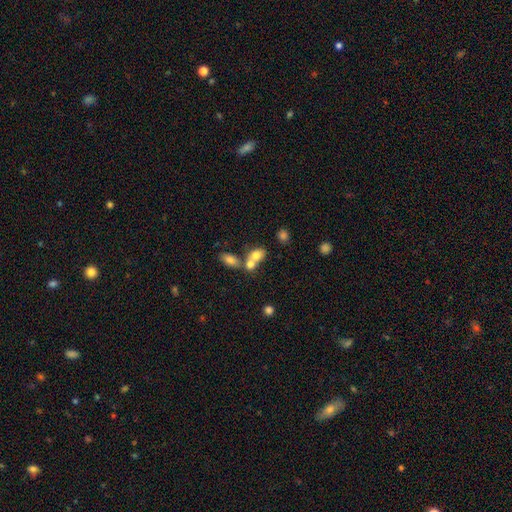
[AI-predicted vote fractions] Smooth or featured? Predicted: smooth (p=0.74). How rounded? Predicted: in between (p=0.65). Merging? Predicted: merger (p=0.61).